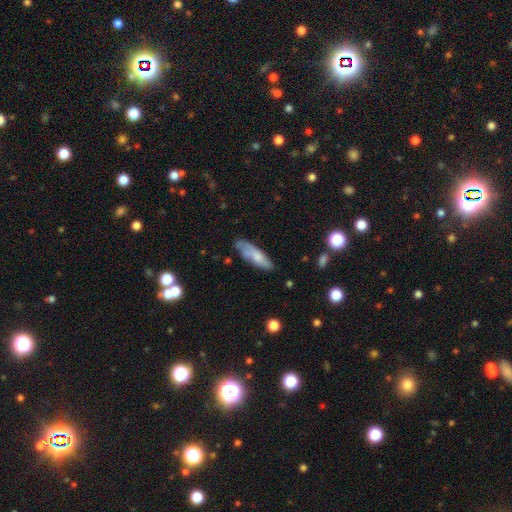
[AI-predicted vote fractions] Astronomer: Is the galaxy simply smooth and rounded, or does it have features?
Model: smooth — 65%.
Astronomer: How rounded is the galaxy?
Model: cigar-shaped — 52% (runner-up: in between, 46%).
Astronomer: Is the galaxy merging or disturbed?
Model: none — 62%.